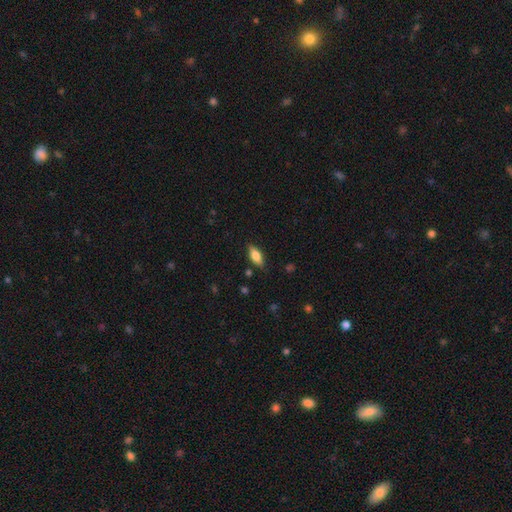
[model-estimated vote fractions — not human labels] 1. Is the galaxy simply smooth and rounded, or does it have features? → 73% smooth, 20% featured or disk, 7% star or artifact.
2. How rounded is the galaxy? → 79% in between, 18% cigar-shaped, 3% round.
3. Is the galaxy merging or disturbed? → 83% none, 13% minor disturbance, 3% major disturbance, 1% merger.